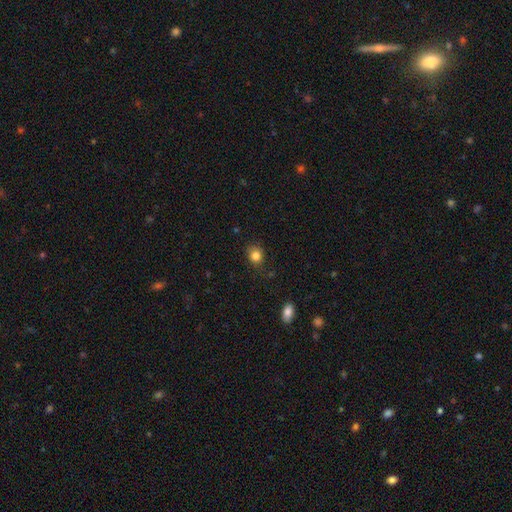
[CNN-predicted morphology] This appears to be a smooth galaxy with no disk features (83%) that is round (62%). Merging: none (77%).